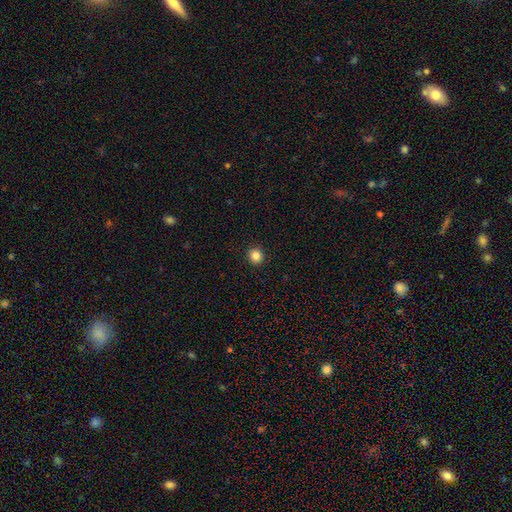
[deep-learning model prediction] Smooth or featured: smooth — 85% (star or artifact — 11%)
How rounded: round — 92% (in between — 7%)
Merging: none — 93% (minor disturbance — 4%)